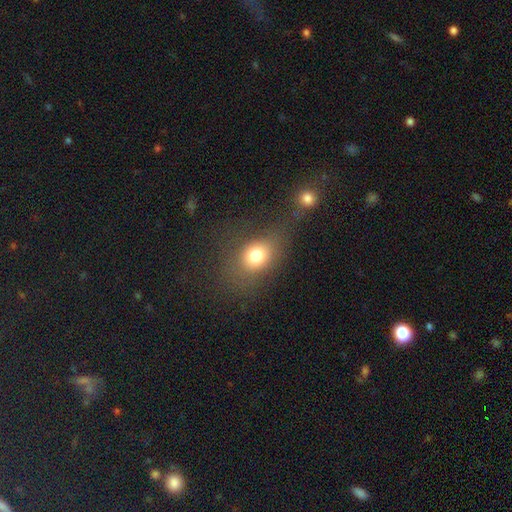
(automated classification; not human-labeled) A smooth galaxy with no disk features (75%) that is in between round and cigar-shaped (51%). Merging: none (63%).